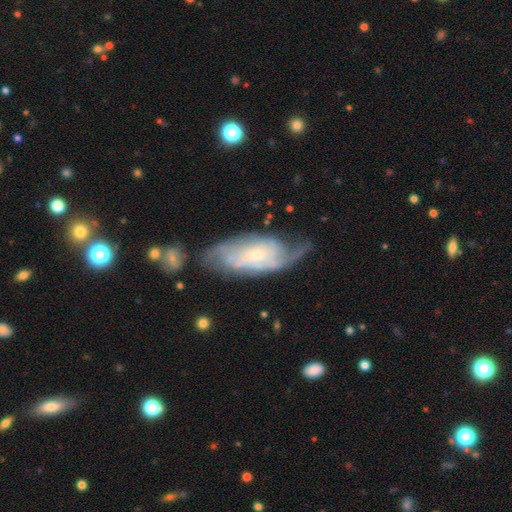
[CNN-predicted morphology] Overall: featured or disk (77%). Edge-on disk: no (92%). Bar: no (61%; weak 31%). Spiral arms: yes (90%). Spiral arm count: can't tell (38%; 2 36%). Spiral winding: tight (44%; medium 38%). Bulge size: small (74%). Merging: none (54%; minor disturbance 25%).